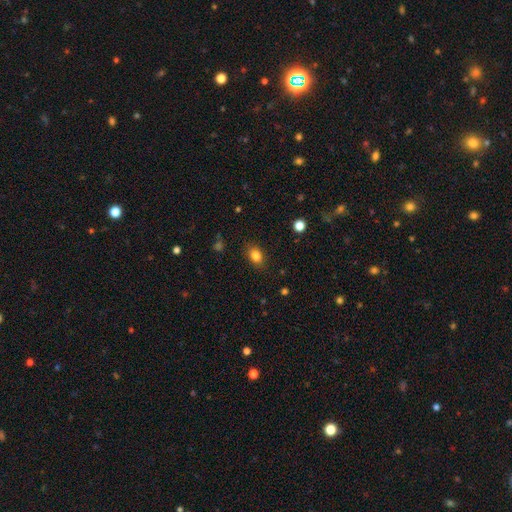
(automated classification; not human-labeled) Smooth or featured? smooth (83%)
How rounded? in between (75%)
Merging? none (85%)